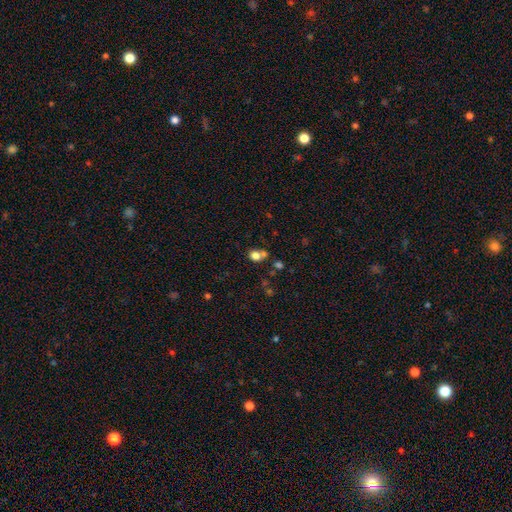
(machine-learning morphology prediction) Q: Smooth or featured?
A: smooth (76%); runner-up: star or artifact (14%)
Q: How rounded?
A: round (67%); runner-up: in between (32%)
Q: Merging?
A: none (51%); runner-up: merger (33%)